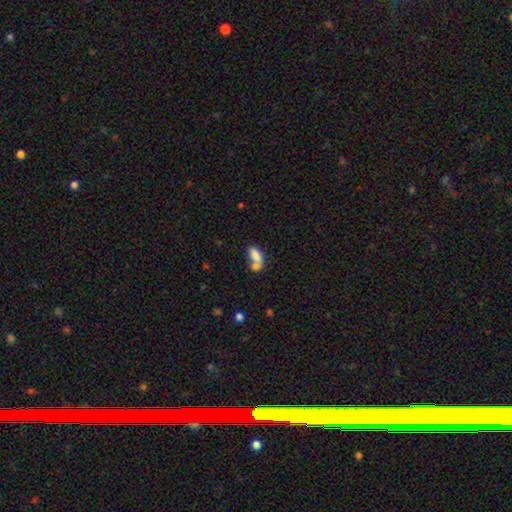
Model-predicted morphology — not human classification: This is likely a smooth galaxy (78%). How rounded: clearly in between (84%). Merging: possibly merger (57%).